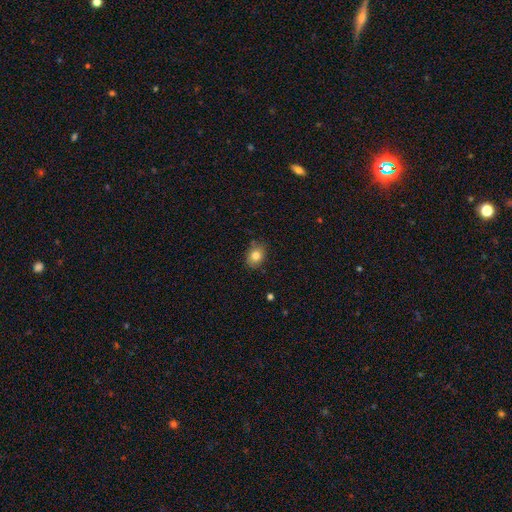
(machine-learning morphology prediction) Overall: smooth (81%). How rounded: in between (53%; round 46%). Merging: none (82%).